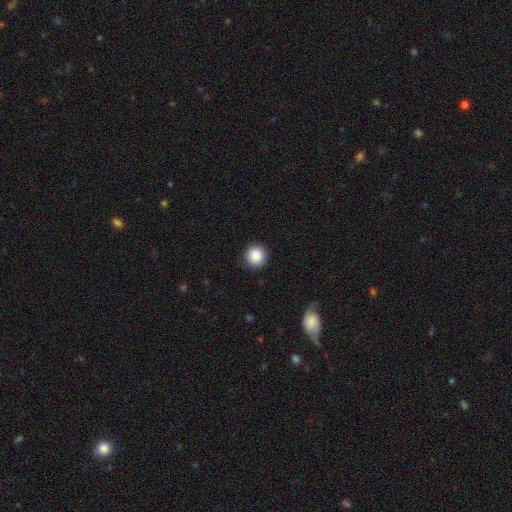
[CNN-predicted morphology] The model was most divided on "smooth or featured": smooth: 88%, star or artifact: 8%, featured or disk: 3%. More confident: how rounded — round (93%); merging — none (91%).